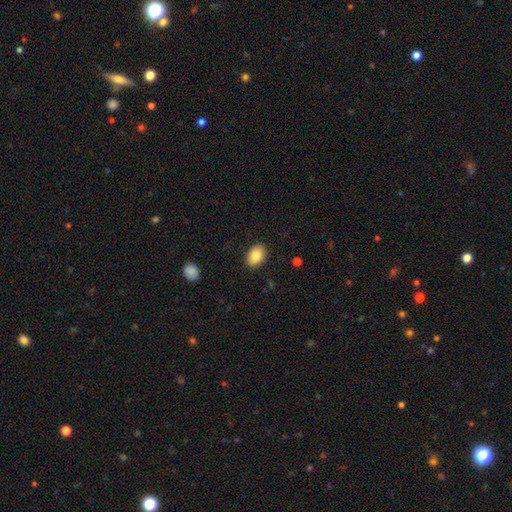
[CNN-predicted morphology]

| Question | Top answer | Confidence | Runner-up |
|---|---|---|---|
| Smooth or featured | smooth | 86% | star or artifact (7%) |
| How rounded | in between | 85% | round (14%) |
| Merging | none | 89% | minor disturbance (8%) |